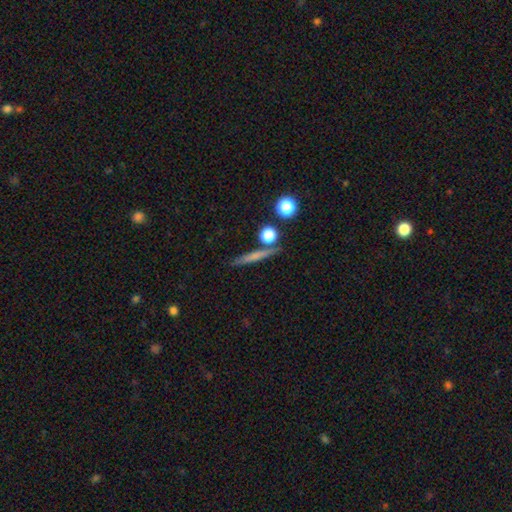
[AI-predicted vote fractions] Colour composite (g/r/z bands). It shows a smooth galaxy with no disk features (58%) that is cigar-shaped (83%). Merging: none (81%).